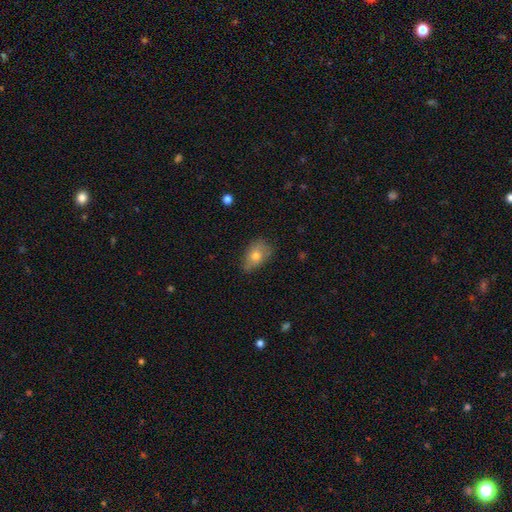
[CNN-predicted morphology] type=smooth (74%); roundness=in between (82%); merging=none (61%).